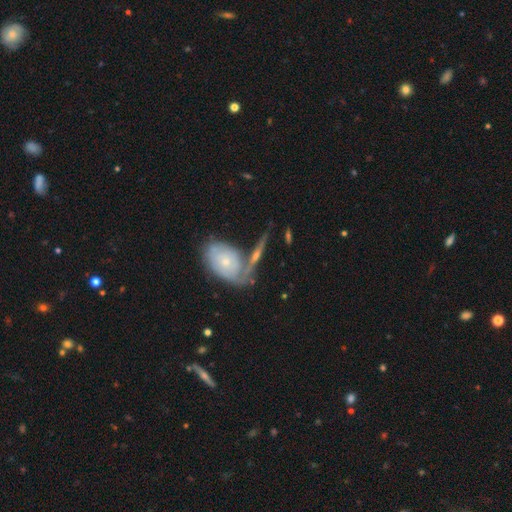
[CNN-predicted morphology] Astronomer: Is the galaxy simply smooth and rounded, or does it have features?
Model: featured or disk — 59%.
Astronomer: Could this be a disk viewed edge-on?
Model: no — 76%.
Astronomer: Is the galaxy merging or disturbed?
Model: none — 48% (runner-up: merger, 29%).